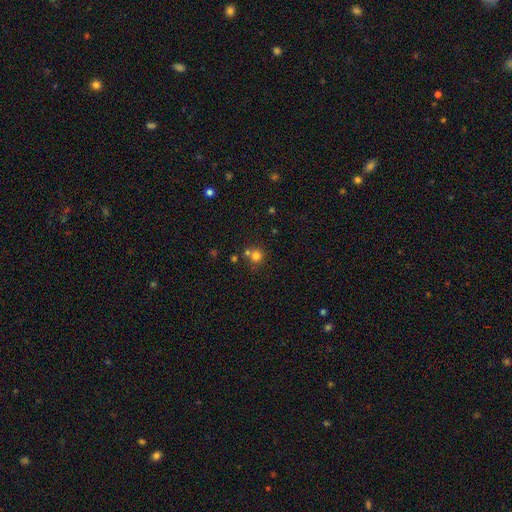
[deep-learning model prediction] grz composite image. It shows a smooth galaxy with no disk features (76%) that is round (90%). Merging: none (59%).